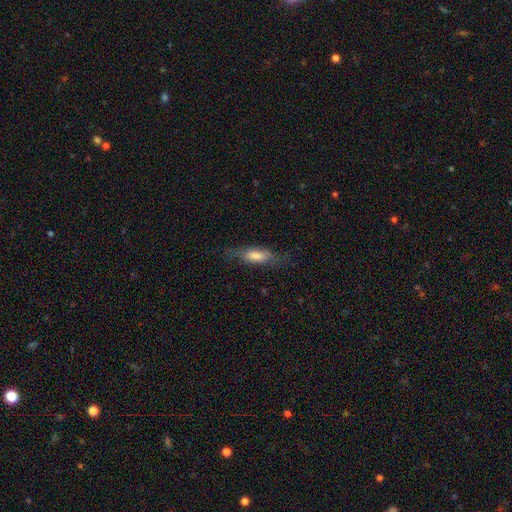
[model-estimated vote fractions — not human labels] smooth_or_featured: smooth (p=0.64) [alt: featured or disk p=0.28]
how_rounded: cigar-shaped (p=0.51) [alt: in between p=0.47]
merging: none (p=0.71) [alt: minor disturbance p=0.20]